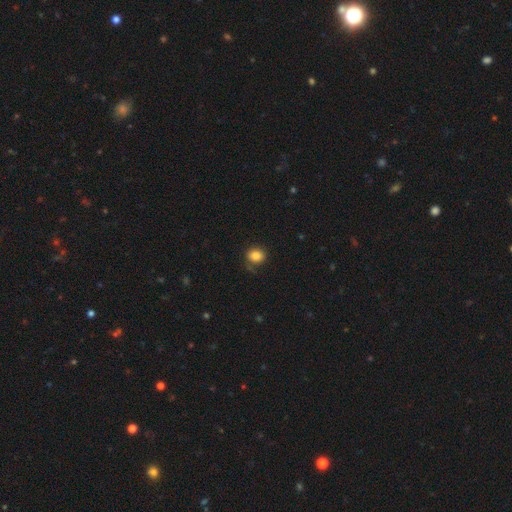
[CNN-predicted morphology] smooth 84%, star or artifact 10%, featured or disk 6%. Down the decision tree: how rounded — round (69%); merging — none (77%).